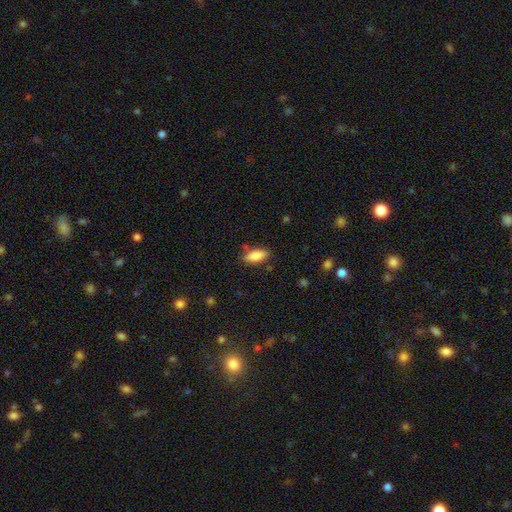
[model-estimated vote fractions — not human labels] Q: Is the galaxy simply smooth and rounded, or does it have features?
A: smooth — 81%.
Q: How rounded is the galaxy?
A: in between — 73%.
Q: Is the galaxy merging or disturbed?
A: none — 77%.